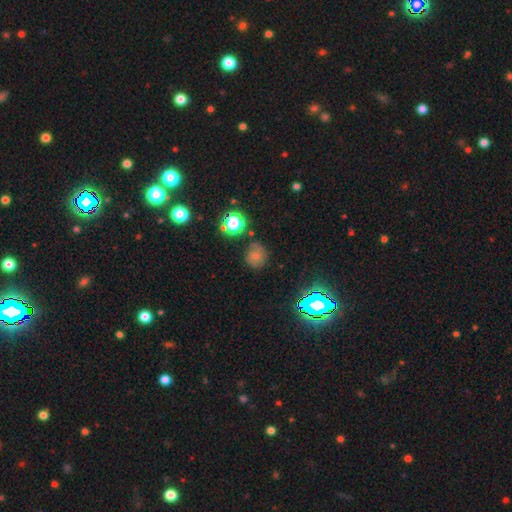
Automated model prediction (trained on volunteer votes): This is possibly a smooth galaxy (59%). How rounded: clearly round (82%). Merging: likely none (68%).